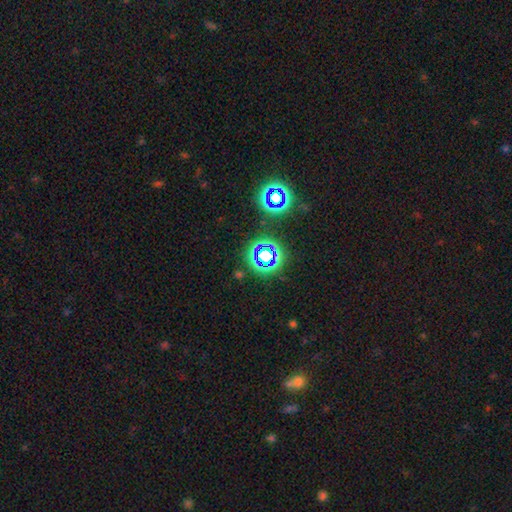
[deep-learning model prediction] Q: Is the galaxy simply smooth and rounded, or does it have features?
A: star or artifact — 73%.